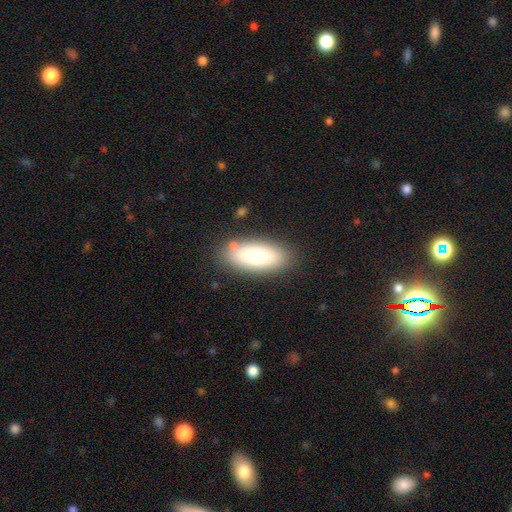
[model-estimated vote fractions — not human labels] The model was most divided on "how rounded": in between: 79%, cigar-shaped: 19%, round: 2%. More confident: merging — none (80%); smooth or featured — smooth (79%).